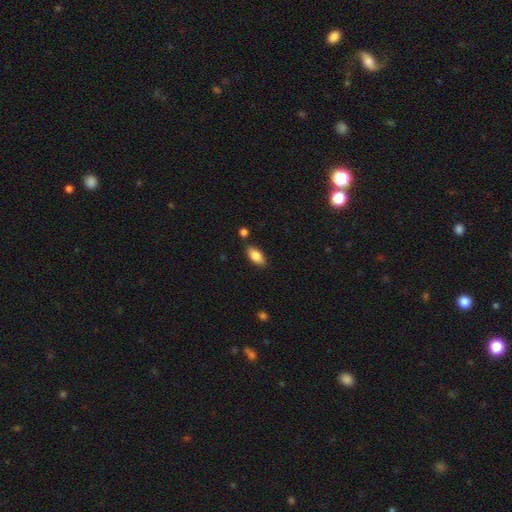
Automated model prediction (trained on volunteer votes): The model was most divided on "smooth or featured": smooth: 82%, featured or disk: 12%, star or artifact: 7%. More confident: how rounded — in between (88%); merging — none (83%).